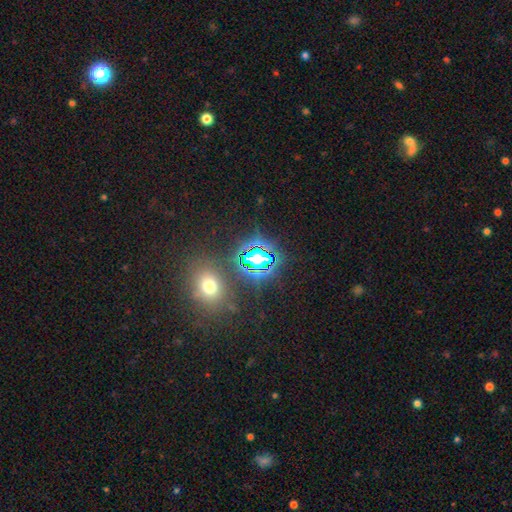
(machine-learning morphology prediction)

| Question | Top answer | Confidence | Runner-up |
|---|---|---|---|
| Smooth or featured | star or artifact | 74% | smooth (17%) |